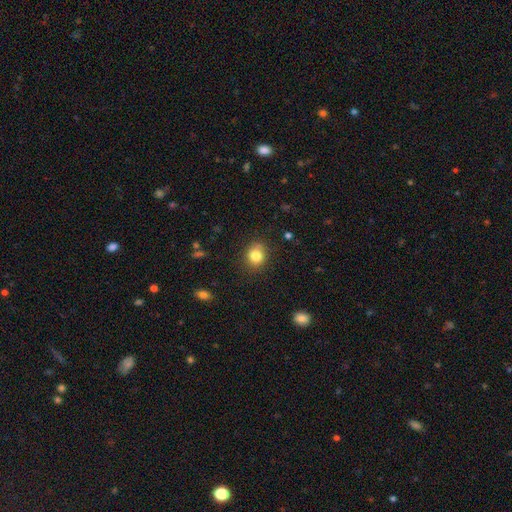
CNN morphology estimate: Smooth or featured? Predicted: smooth (p=0.82). How rounded? Predicted: round (p=0.70). Merging? Predicted: none (p=0.82).